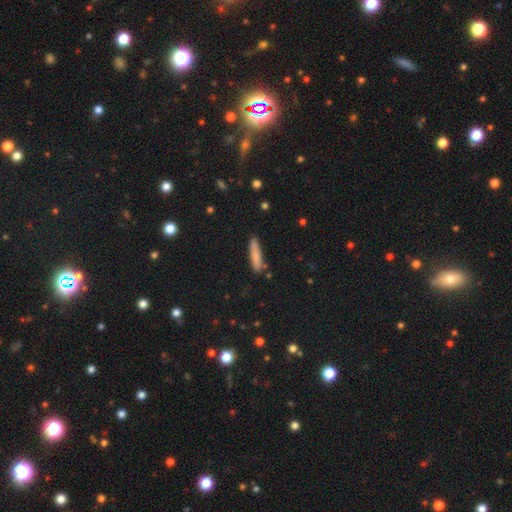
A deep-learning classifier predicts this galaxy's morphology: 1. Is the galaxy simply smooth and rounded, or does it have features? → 80% smooth, 14% featured or disk, 7% star or artifact.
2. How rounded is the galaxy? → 86% cigar-shaped, 13% in between, 1% round.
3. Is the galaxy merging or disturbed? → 82% none, 12% minor disturbance, 3% merger, 2% major disturbance.